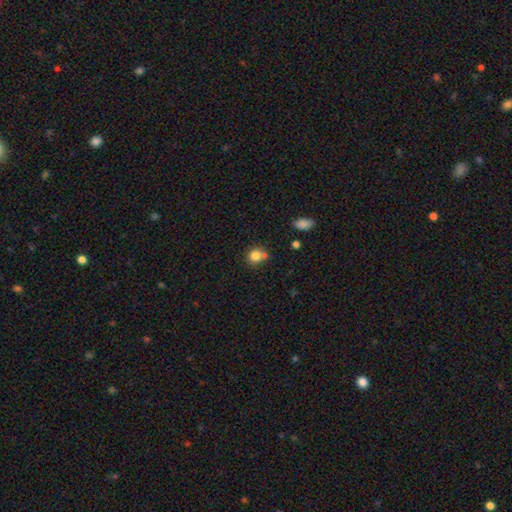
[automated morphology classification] This appears to be a smooth galaxy with no disk features (81%) that is round (83%). Merging: none (60%).